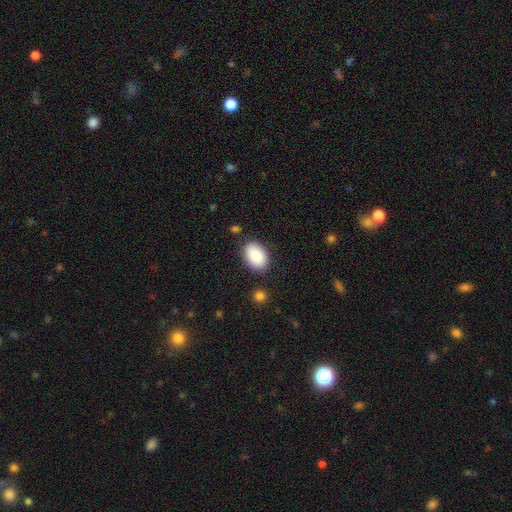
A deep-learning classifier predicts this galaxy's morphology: type=smooth (88%); roundness=in between (87%); merging=none (84%).